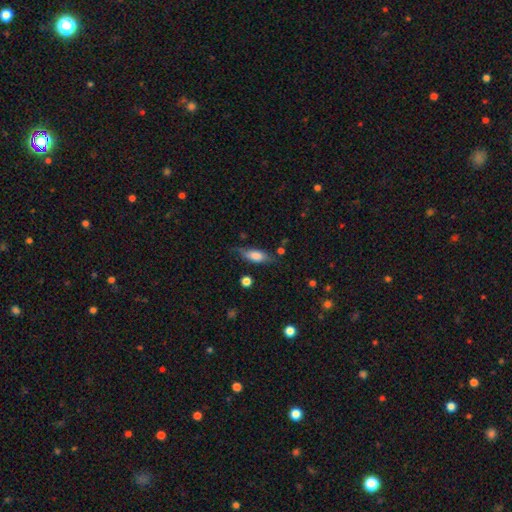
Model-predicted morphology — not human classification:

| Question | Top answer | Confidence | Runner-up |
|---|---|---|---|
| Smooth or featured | smooth | 70% | featured or disk (23%) |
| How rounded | in between | 65% | cigar-shaped (32%) |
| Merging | none | 67% | minor disturbance (24%) |